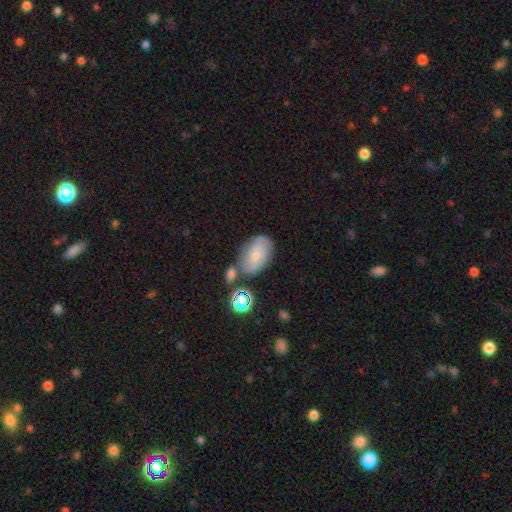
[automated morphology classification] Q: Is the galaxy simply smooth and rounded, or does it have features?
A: smooth — 53%.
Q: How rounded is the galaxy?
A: in between — 85%.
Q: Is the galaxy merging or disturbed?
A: none — 56%.